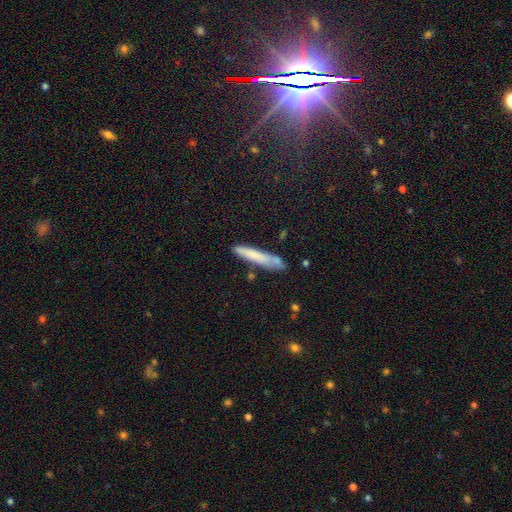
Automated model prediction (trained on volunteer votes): Smooth or featured? smooth (72%)
How rounded? cigar-shaped (94%)
Merging? none (75%)